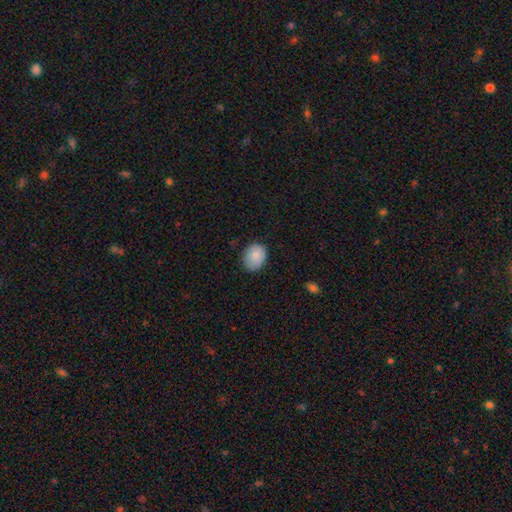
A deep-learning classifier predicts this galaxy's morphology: Overall: smooth (83%). How rounded: in between (50%; round 49%). Merging: none (78%).